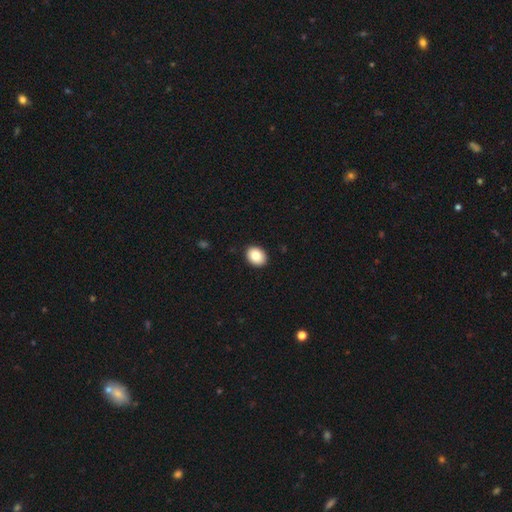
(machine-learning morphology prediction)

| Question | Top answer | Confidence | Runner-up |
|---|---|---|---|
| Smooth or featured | smooth | 85% | star or artifact (8%) |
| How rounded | in between | 61% | round (38%) |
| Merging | none | 91% | minor disturbance (6%) |